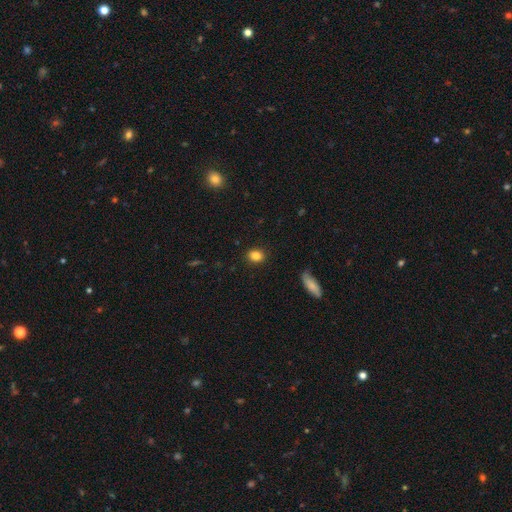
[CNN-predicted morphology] smooth_or_featured: smooth (p=0.86) [alt: star or artifact p=0.10]
how_rounded: in between (p=0.54) [alt: round p=0.44]
merging: none (p=0.88) [alt: minor disturbance p=0.08]